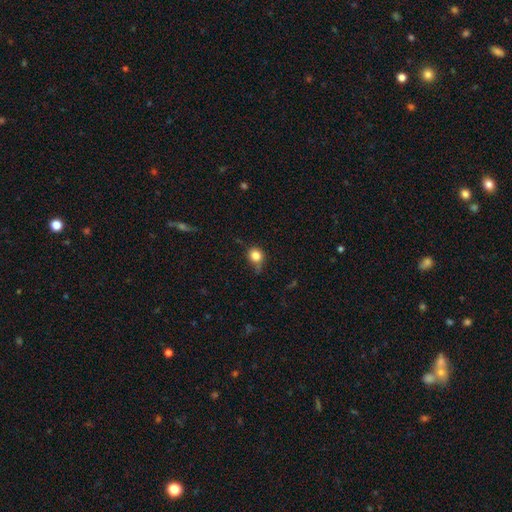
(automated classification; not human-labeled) Smooth or featured?
  - smooth: 82% *
  - star or artifact: 11%
  - featured or disk: 7%
How rounded?
  - round: 81% *
  - in between: 18%
  - cigar-shaped: 1%
Merging?
  - none: 56% *
  - minor disturbance: 30%
  - major disturbance: 9%
  - merger: 4%